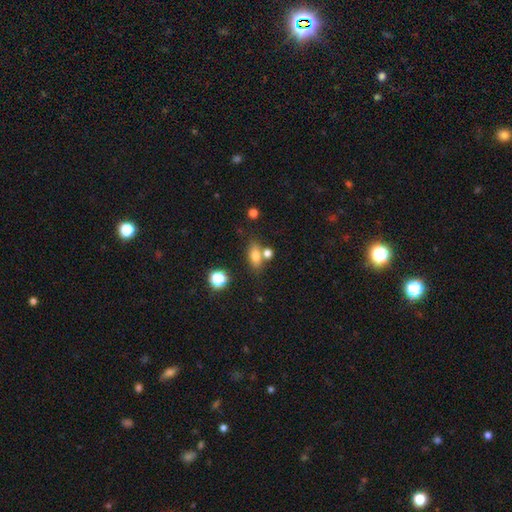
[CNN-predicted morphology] Smooth or featured? Predicted: smooth (p=0.73). How rounded? Predicted: in between (p=0.73). Merging? Predicted: none (p=0.62).